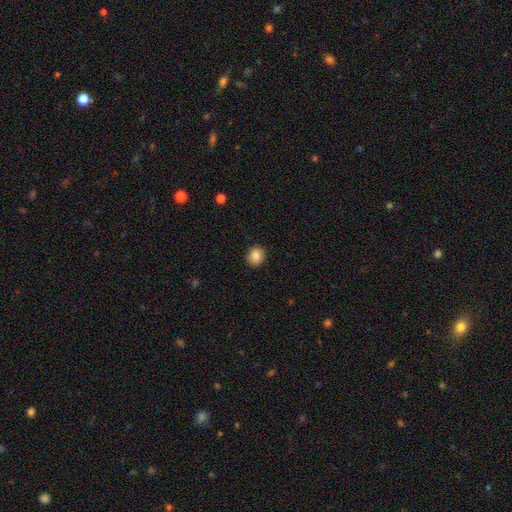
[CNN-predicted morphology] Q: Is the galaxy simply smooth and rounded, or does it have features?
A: smooth — 85%.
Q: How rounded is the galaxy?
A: round — 81%.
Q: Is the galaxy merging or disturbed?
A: none — 91%.